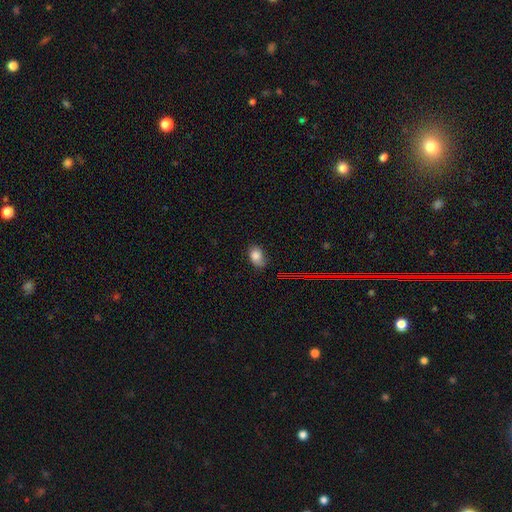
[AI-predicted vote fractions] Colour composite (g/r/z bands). It shows a smooth galaxy with no disk features (78%) that is in between round and cigar-shaped (82%). Merging: none (66%).